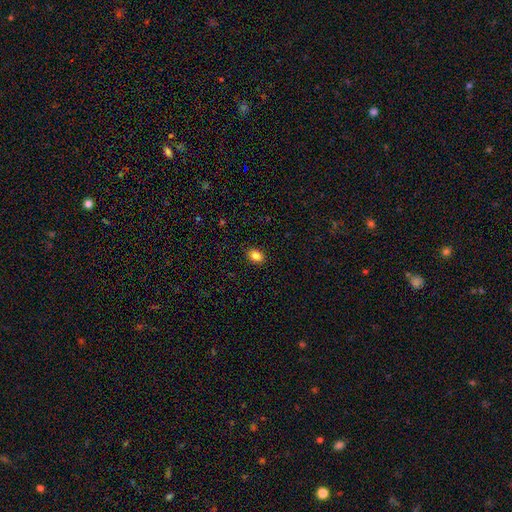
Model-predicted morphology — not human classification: Q: Smooth or featured?
A: smooth (85%); runner-up: star or artifact (10%)
Q: How rounded?
A: in between (64%); runner-up: round (35%)
Q: Merging?
A: none (90%); runner-up: minor disturbance (7%)